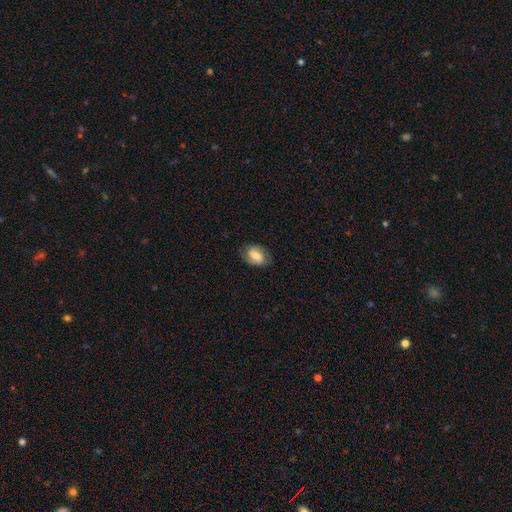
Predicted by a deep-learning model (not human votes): Q: Smooth or featured?
A: smooth (49%); runner-up: featured or disk (43%)
Q: Merging?
A: none (77%); runner-up: minor disturbance (17%)